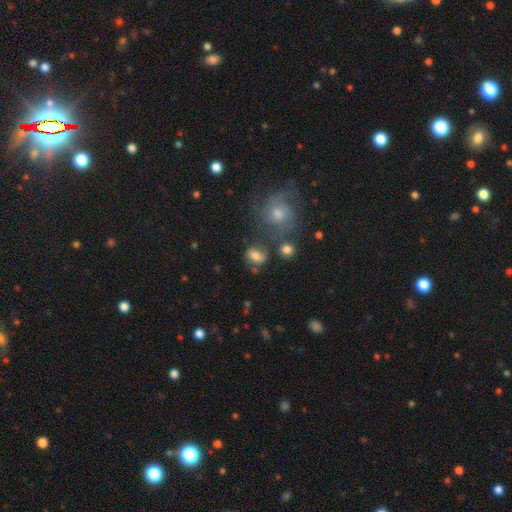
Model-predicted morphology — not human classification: A smooth galaxy with no disk features (68%) that is in between round and cigar-shaped (61%).

Vote fractions:
- Smooth or featured? smooth: 68% / featured or disk: 20% / star or artifact: 12%
- How rounded? in between: 61% / round: 37% / cigar-shaped: 2%
- Merging? none: 59% / minor disturbance: 19% / merger: 13% / major disturbance: 9%